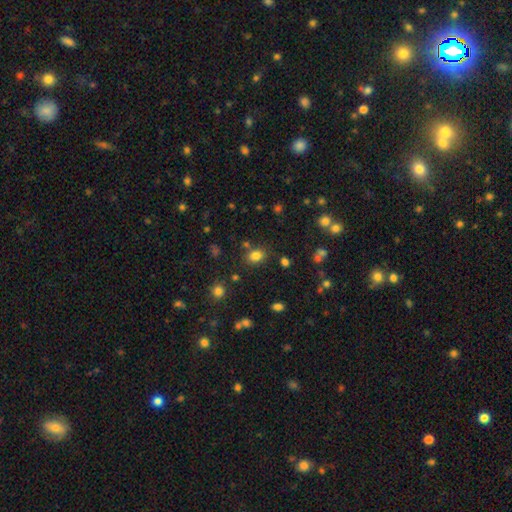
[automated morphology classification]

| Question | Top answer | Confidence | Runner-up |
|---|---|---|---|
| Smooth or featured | smooth | 79% | star or artifact (14%) |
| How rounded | in between | 58% | round (41%) |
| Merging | none | 76% | minor disturbance (12%) |